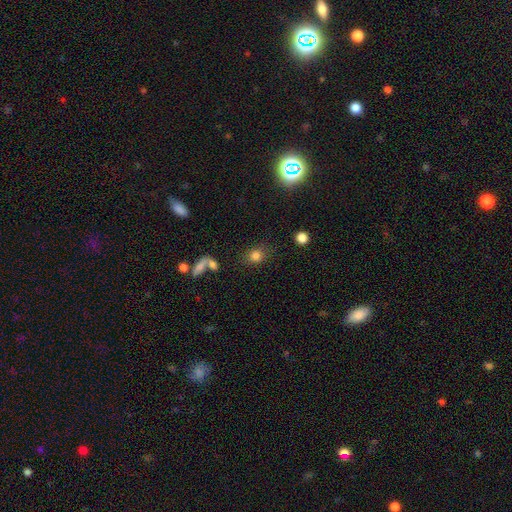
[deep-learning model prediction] Smooth or featured? smooth (81%)
How rounded? round (64%)
Merging? none (77%)